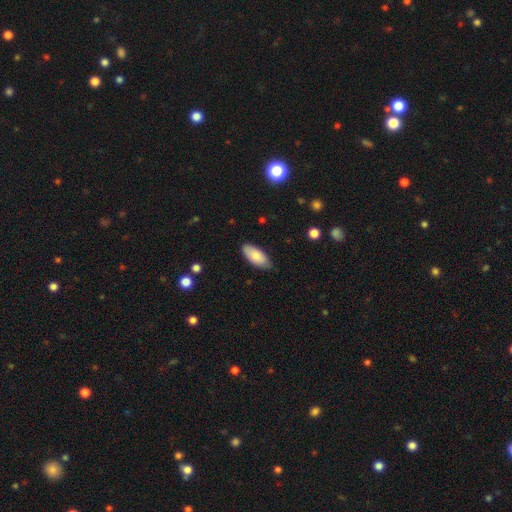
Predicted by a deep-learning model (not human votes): Smooth or featured: smooth — 82% (featured or disk — 12%)
How rounded: in between — 90% (cigar-shaped — 9%)
Merging: none — 82% (minor disturbance — 14%)